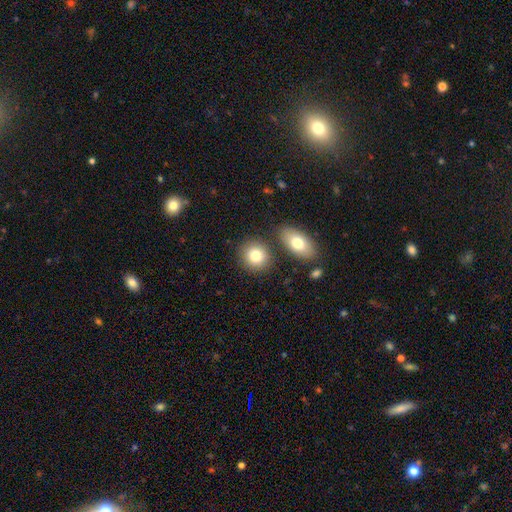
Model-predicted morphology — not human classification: A smooth galaxy with no disk features (81%) that is round (78%).

Vote fractions:
- Smooth or featured? smooth: 81% / featured or disk: 11% / star or artifact: 8%
- How rounded? round: 78% / in between: 21% / cigar-shaped: 1%
- Merging? none: 75% / merger: 12% / minor disturbance: 9% / major disturbance: 3%